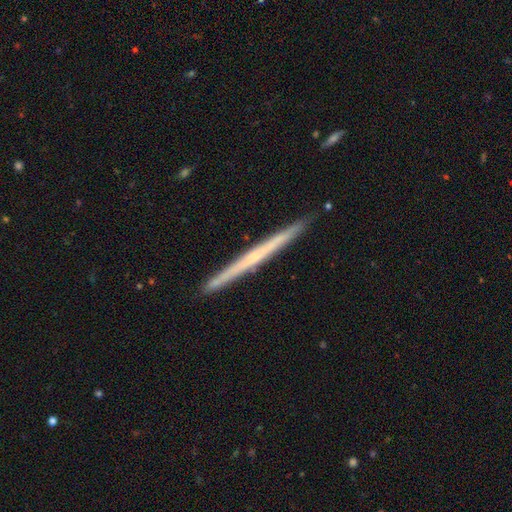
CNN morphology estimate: Smooth or featured: featured or disk — 63% (smooth — 31%)
Edge-on disk: yes — 98% (no — 2%)
Edge-on bulge: none — 78% (rounded — 18%)
Merging: none — 91% (minor disturbance — 6%)